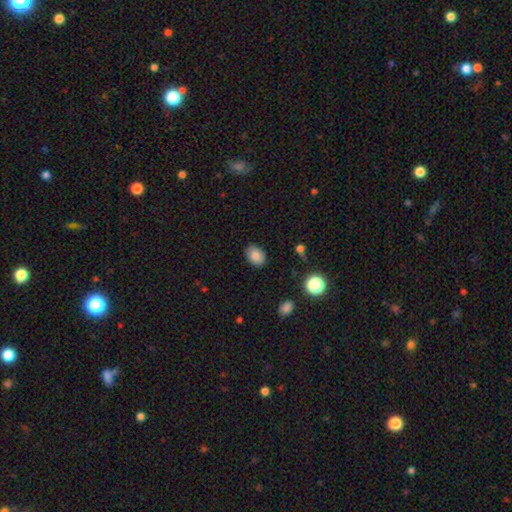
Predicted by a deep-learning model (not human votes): Smooth or featured? smooth (85%)
How rounded? in between (75%)
Merging? none (86%)